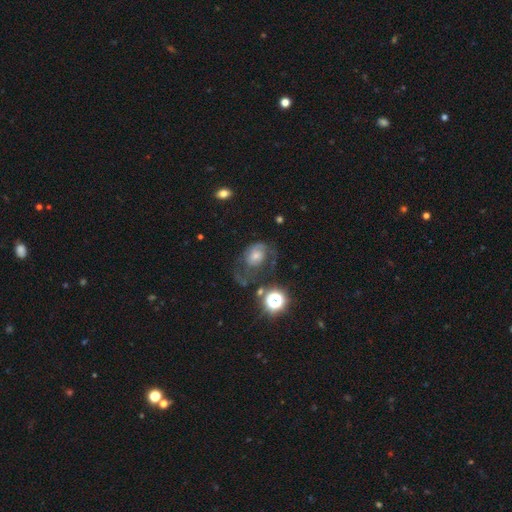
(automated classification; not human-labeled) Smooth or featured? Predicted: featured or disk (p=0.57). Edge-on disk? Predicted: no (p=0.96). Bar? Predicted: no (p=0.74). Spiral arms? Predicted: yes (p=0.72). Bulge size? Predicted: moderate (p=0.45). Merging? Predicted: none (p=0.39).